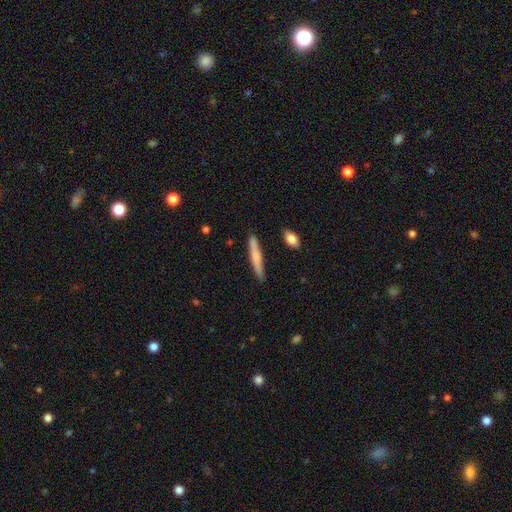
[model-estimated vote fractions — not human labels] Q: Smooth or featured?
A: smooth (69%); runner-up: featured or disk (25%)
Q: How rounded?
A: cigar-shaped (95%); runner-up: in between (4%)
Q: Merging?
A: none (88%); runner-up: minor disturbance (8%)